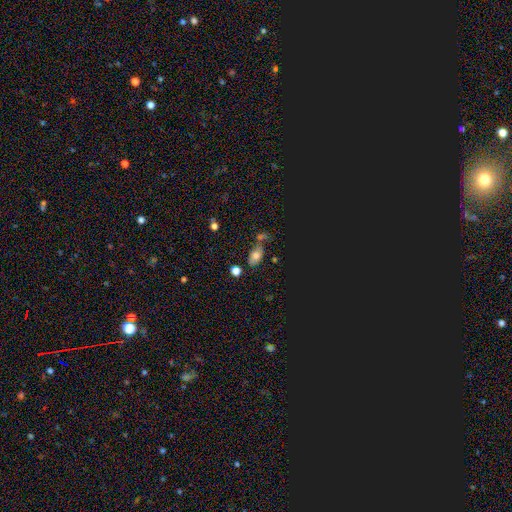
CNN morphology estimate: This appears to be a smooth galaxy with no disk features (66%) that is in between round and cigar-shaped (85%). Merging: none (56%).